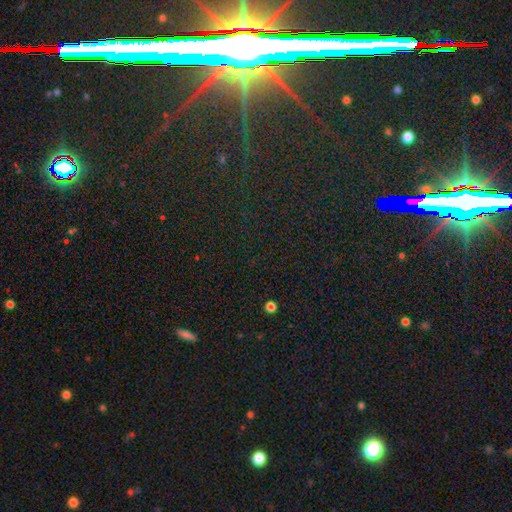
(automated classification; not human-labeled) Smooth or featured: star or artifact — 82% (featured or disk — 9%)